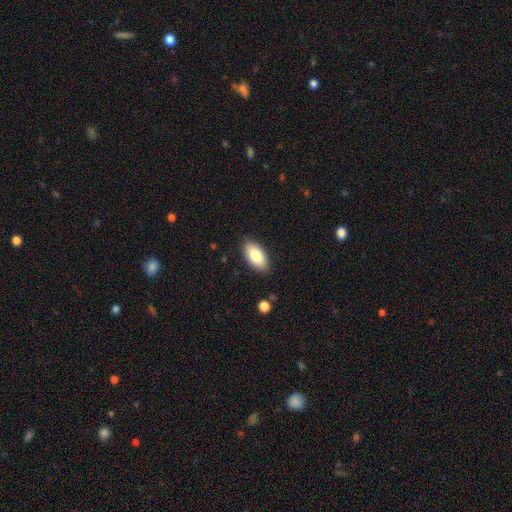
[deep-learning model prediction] The model was most divided on "smooth or featured": smooth: 80%, featured or disk: 13%, star or artifact: 7%. More confident: how rounded — in between (93%); merging — none (88%).